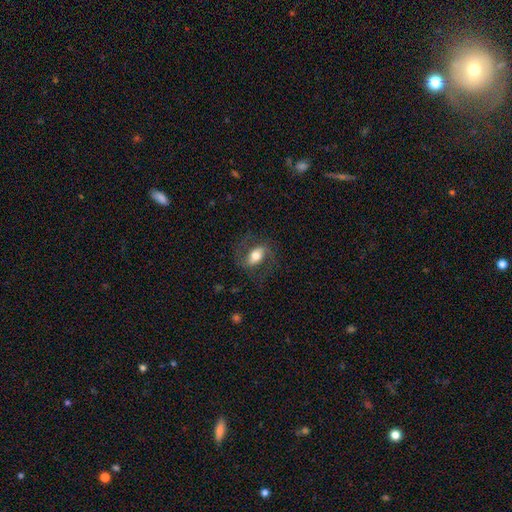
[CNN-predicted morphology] A featured or disk galaxy (53%). Merging: none (69%).